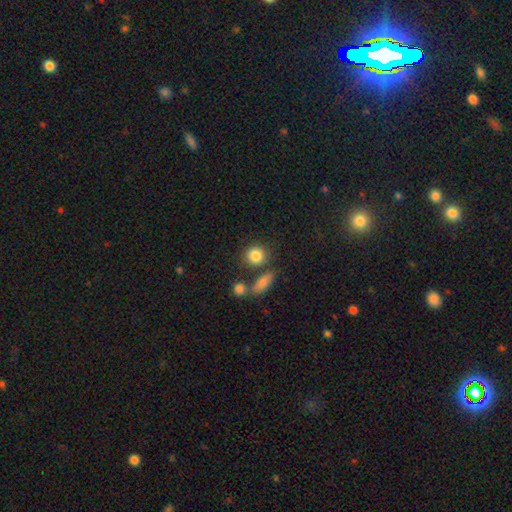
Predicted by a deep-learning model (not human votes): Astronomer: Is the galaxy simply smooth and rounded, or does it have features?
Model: smooth — 84%.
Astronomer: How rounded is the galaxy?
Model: round — 80%.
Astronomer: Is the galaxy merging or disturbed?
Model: none — 67%.